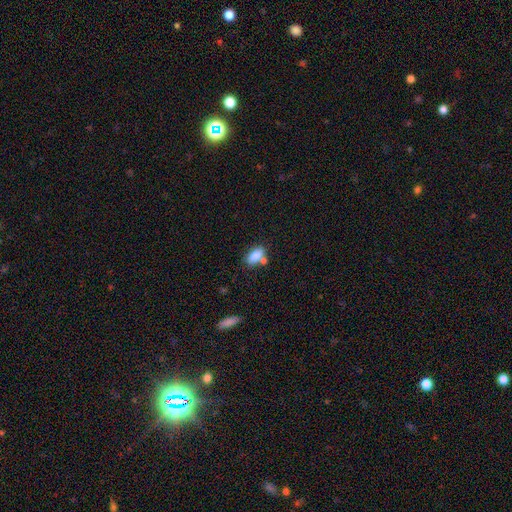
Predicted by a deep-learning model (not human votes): A smooth galaxy with no disk features (83%) that is in between round and cigar-shaped (88%). Merging: none (58%).